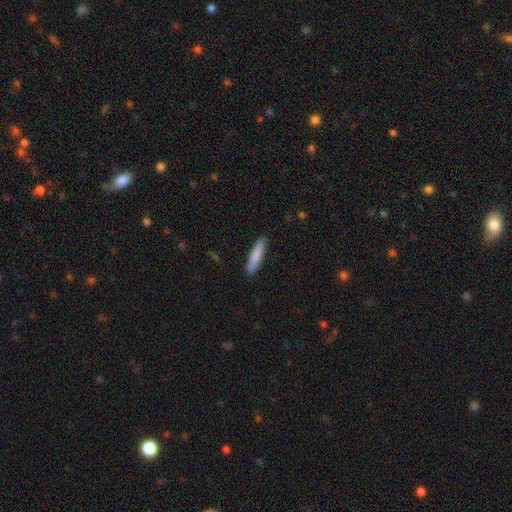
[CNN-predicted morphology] type=smooth (83%); roundness=cigar-shaped (85%); merging=none (90%).